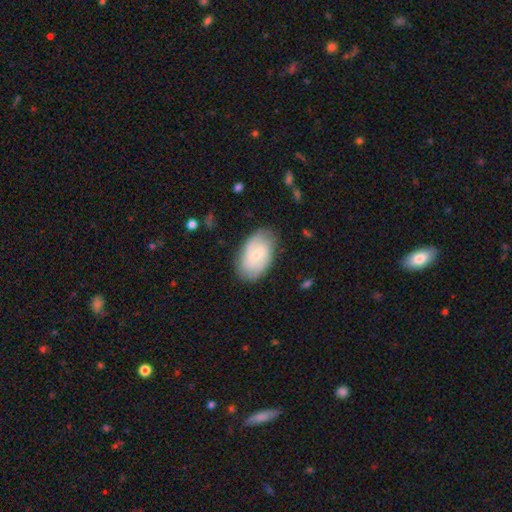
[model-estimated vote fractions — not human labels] This appears to be a featured or disk galaxy (52%) with a weak bar (52%), spiral arms (75%) and a small central bulge (61%). Merging: none (77%).